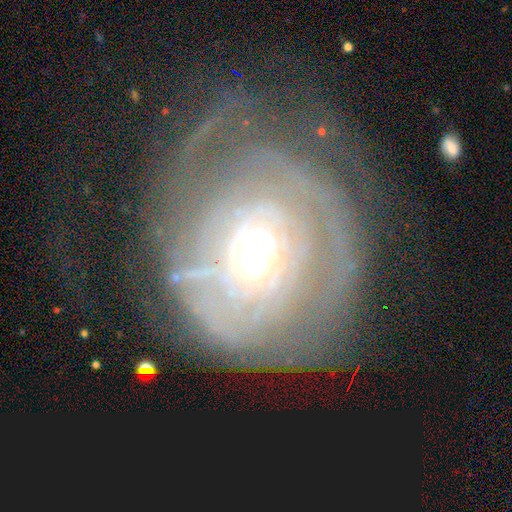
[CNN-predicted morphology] Smooth or featured: featured or disk — 77% (smooth — 15%)
Edge-on disk: no — 96% (yes — 4%)
Bar: no — 80% (weak — 15%)
Spiral arms: yes — 76% (no — 24%)
Spiral winding: tight — 73% (medium — 18%)
Spiral arm count: can't tell — 53% (2 — 15%)
Bulge size: moderate — 60% (small — 29%)
Merging: none — 53% (major disturbance — 25%)